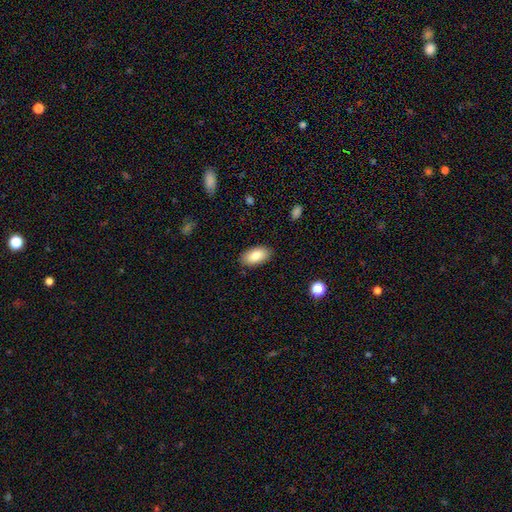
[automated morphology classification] Overall: smooth (83%). How rounded: in between (94%). Merging: none (87%).